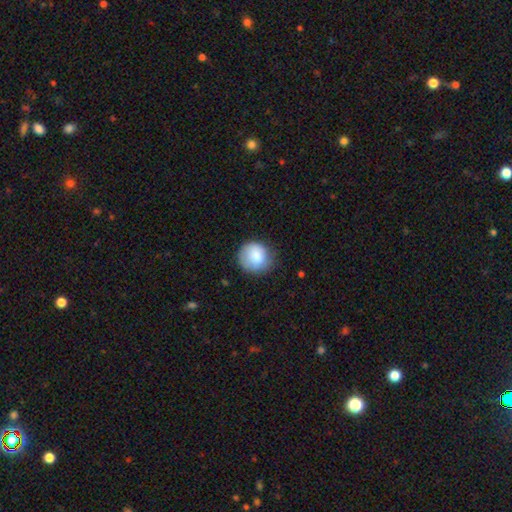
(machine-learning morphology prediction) Smooth or featured? smooth (83%)
How rounded? round (88%)
Merging? none (72%)